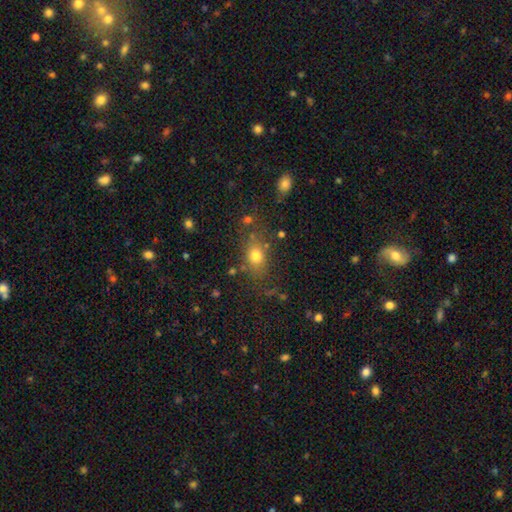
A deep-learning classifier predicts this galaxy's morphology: Smooth or featured? Predicted: smooth (p=0.74). How rounded? Predicted: in between (p=0.56). Merging? Predicted: none (p=0.73).